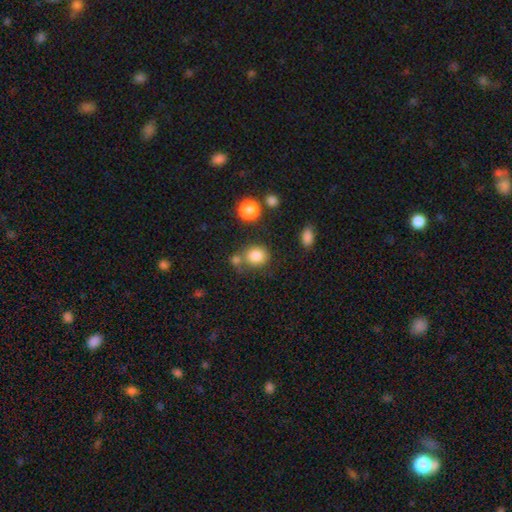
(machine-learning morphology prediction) type=smooth (82%); roundness=round (70%); merging=none (62%).